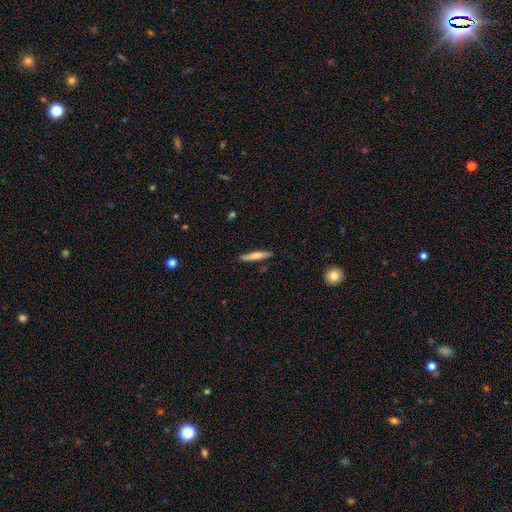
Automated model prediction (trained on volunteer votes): smooth 70%, featured or disk 24%, star or artifact 6%. Down the decision tree: how rounded — cigar-shaped (93%); merging — none (88%).